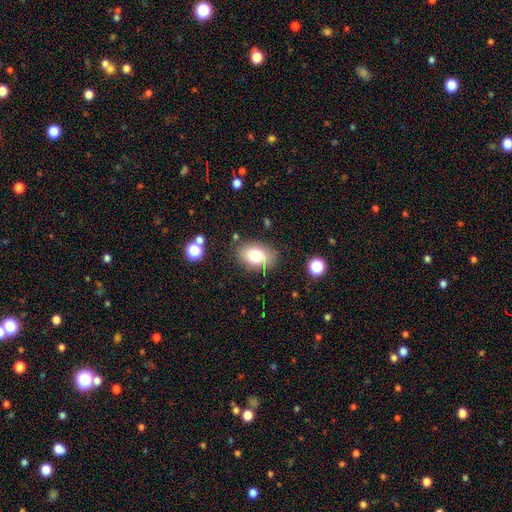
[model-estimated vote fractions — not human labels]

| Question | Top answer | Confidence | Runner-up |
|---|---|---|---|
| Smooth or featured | smooth | 76% | featured or disk (14%) |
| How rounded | in between | 81% | round (17%) |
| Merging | none | 80% | minor disturbance (13%) |